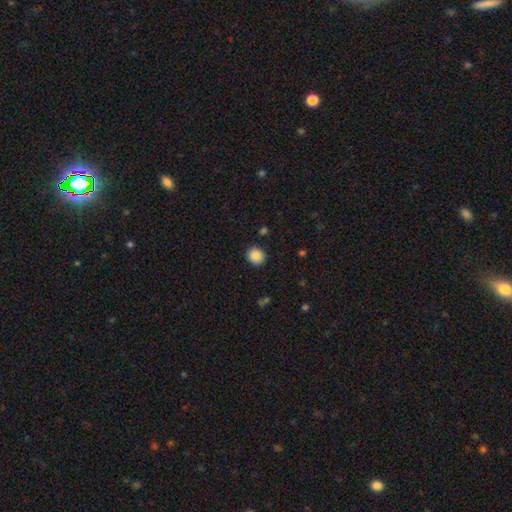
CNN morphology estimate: Smooth or featured? smooth (87%)
How rounded? round (88%)
Merging? none (90%)